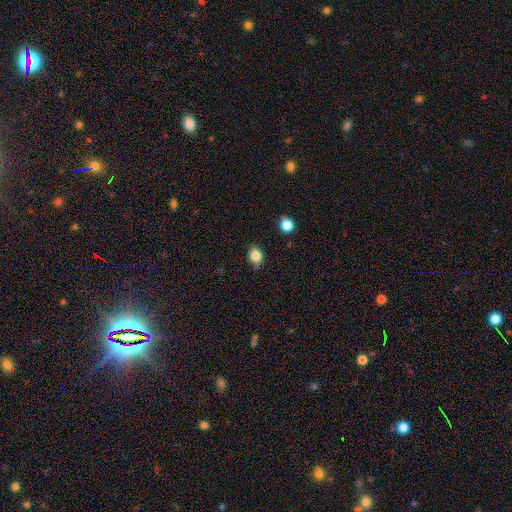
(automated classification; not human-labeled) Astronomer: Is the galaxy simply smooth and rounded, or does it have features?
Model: smooth — 83%.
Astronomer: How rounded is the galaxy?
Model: round — 52% (runner-up: in between, 46%).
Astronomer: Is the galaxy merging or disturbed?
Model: none — 62%.